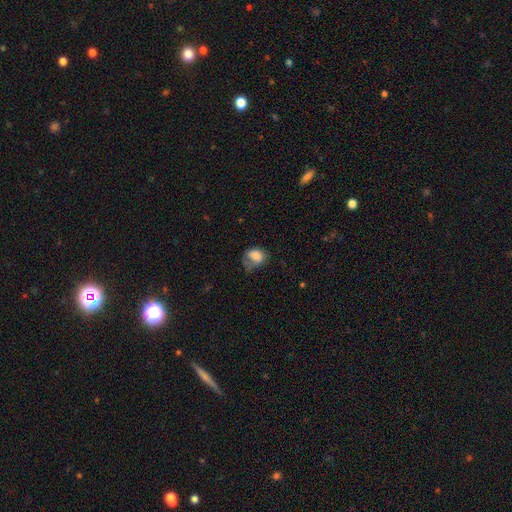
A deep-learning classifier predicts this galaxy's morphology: The model was most divided on "merging": major disturbance: 34%, minor disturbance: 32%, none: 29%, merger: 5%. More confident: smooth or featured — smooth (75%); how rounded — in between (63%).